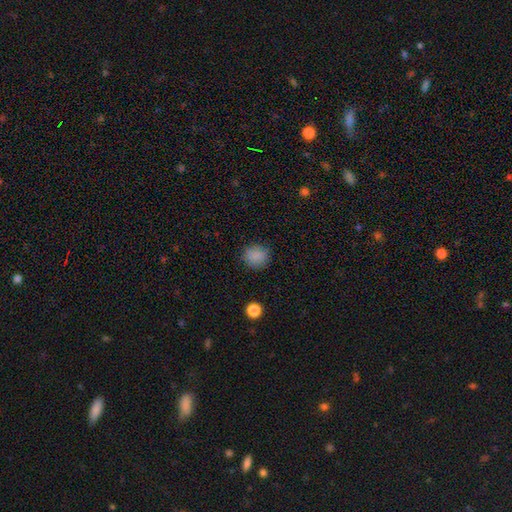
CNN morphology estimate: Overall: smooth (85%). How rounded: round (84%). Merging: none (85%).